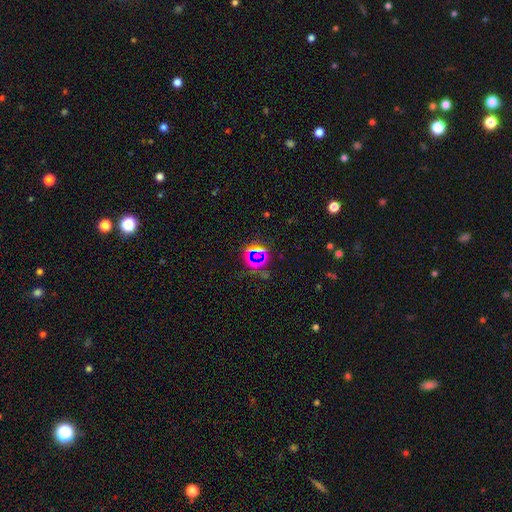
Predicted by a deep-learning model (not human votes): A star or artifact, not a galaxy (75%).